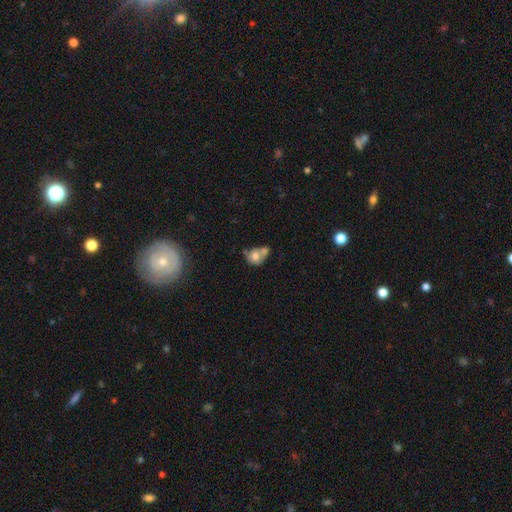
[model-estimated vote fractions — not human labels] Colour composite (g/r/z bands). It shows a smooth galaxy with no disk features (65%) that is round (62%). Merging: merger (56%).